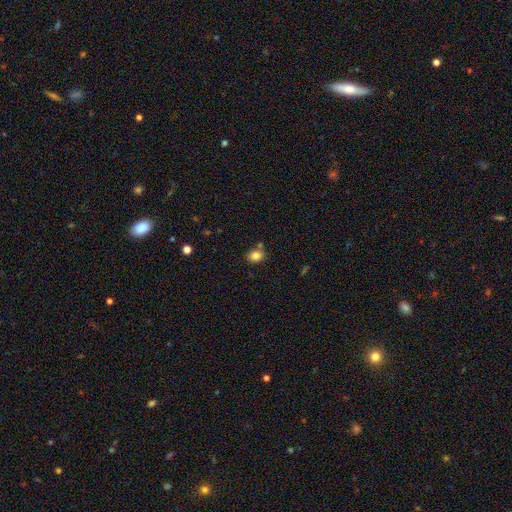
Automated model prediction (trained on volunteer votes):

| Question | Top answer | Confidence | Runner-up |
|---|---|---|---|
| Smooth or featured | smooth | 84% | star or artifact (10%) |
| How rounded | in between | 62% | round (37%) |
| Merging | none | 71% | minor disturbance (14%) |